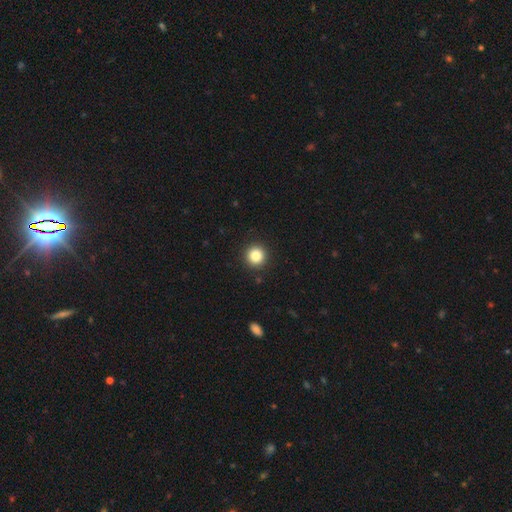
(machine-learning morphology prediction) Smooth or featured: smooth — 84% (star or artifact — 11%)
How rounded: round — 95% (in between — 4%)
Merging: none — 93% (minor disturbance — 5%)